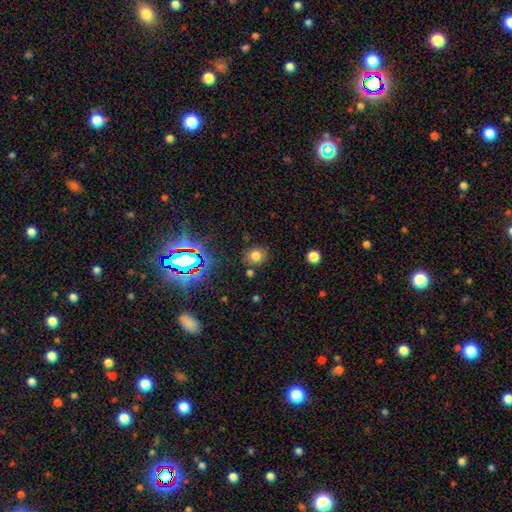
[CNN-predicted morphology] smooth-or-featured: smooth: 72% | star or artifact: 20% | featured or disk: 8%
  how-rounded: round: 78% | in between: 21% | cigar-shaped: 1%
  merging: none: 80% | minor disturbance: 11% | merger: 6% | major disturbance: 4%